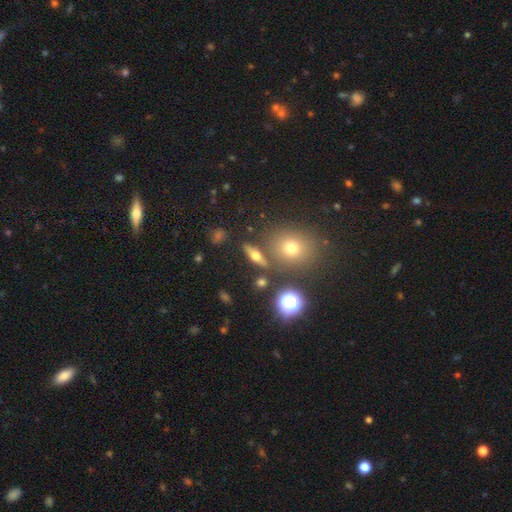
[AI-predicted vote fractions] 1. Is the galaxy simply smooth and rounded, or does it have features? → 41% smooth (tied), 41% featured or disk (tied), 18% star or artifact.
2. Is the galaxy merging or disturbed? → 79% none, 9% minor disturbance, 8% merger, 4% major disturbance.